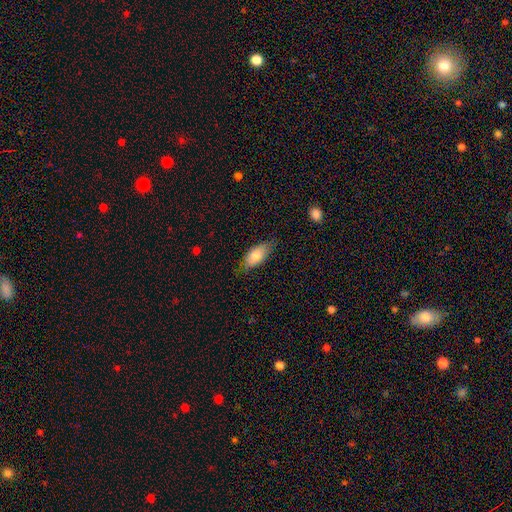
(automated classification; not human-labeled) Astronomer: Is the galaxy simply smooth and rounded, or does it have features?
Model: smooth — 78%.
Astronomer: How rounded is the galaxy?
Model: in between — 86%.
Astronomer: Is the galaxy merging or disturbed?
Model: none — 75%.